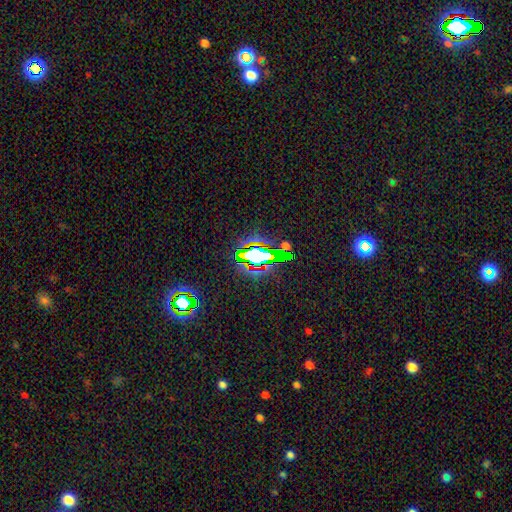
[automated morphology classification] The model was most divided on "smooth or featured": star or artifact: 59%, smooth: 23%, featured or disk: 18%.